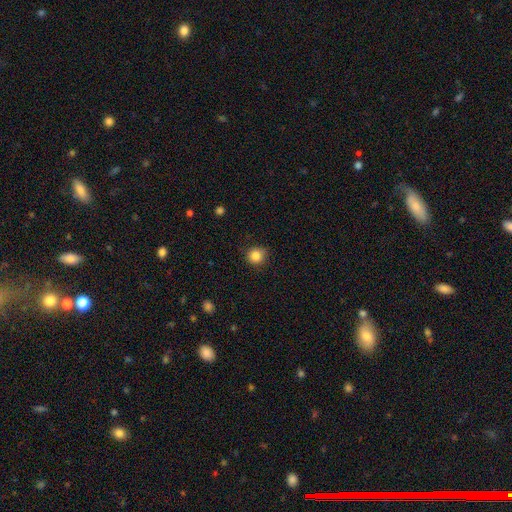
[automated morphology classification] type=smooth (85%); roundness=round (89%); merging=none (83%).